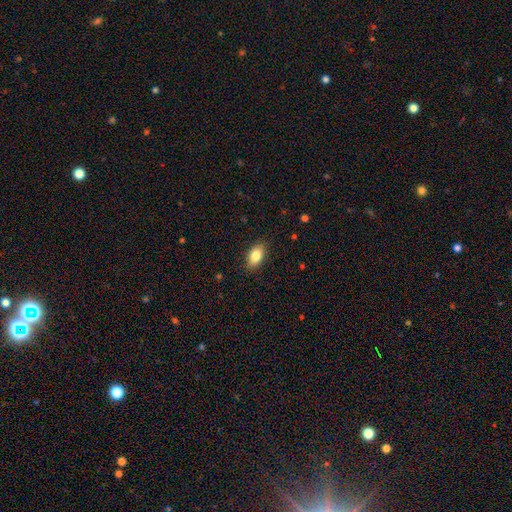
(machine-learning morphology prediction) smooth 83%, featured or disk 9%, star or artifact 7%. Down the decision tree: how rounded — in between (90%); merging — none (86%).